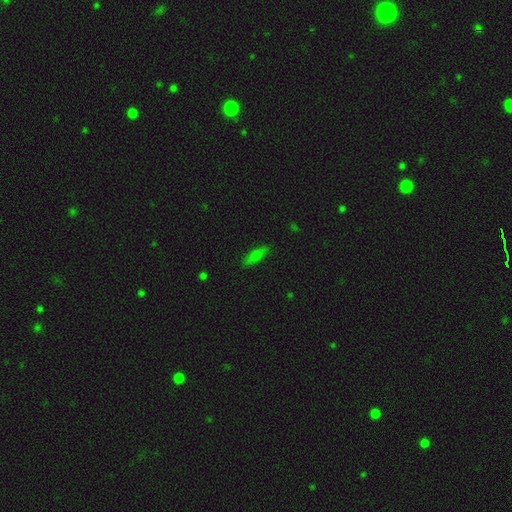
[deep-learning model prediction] This appears to be a smooth galaxy with no disk features (64%) that is in between round and cigar-shaped (55%). Merging: none (84%).